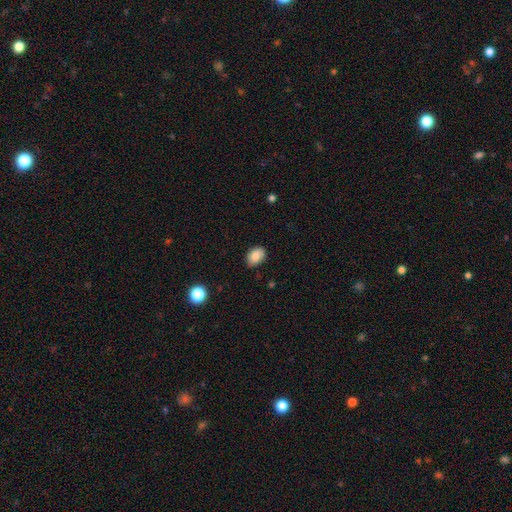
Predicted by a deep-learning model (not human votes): The model was most divided on "merging": none: 79%, minor disturbance: 17%, major disturbance: 3%, merger: 1%. More confident: smooth or featured — smooth (86%); how rounded — in between (81%).